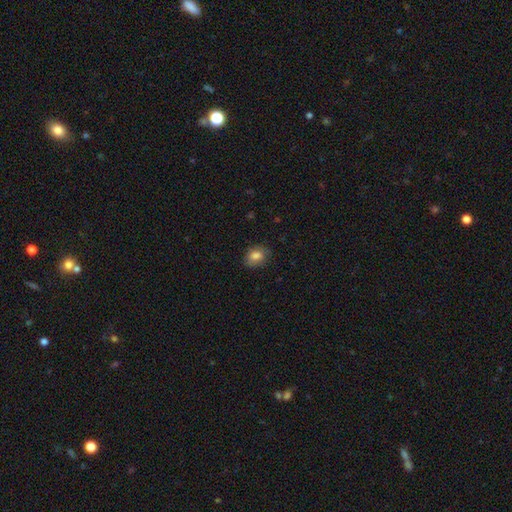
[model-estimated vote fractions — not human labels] Morphology: type=smooth (83%); roundness=in between (66%); merging=none (75%).